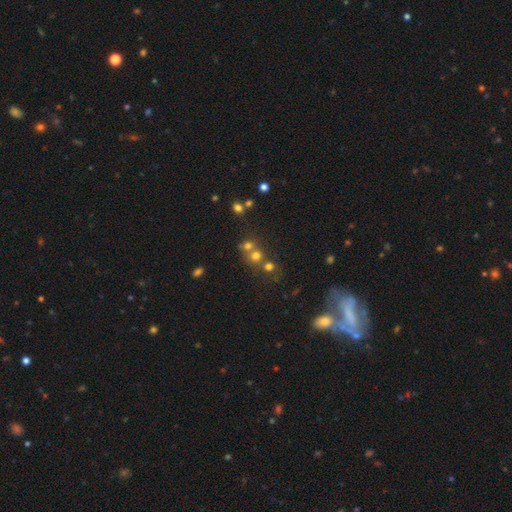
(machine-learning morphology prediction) This appears to be a smooth galaxy with no disk features (63%) that is round (82%). Merging: none (47%).